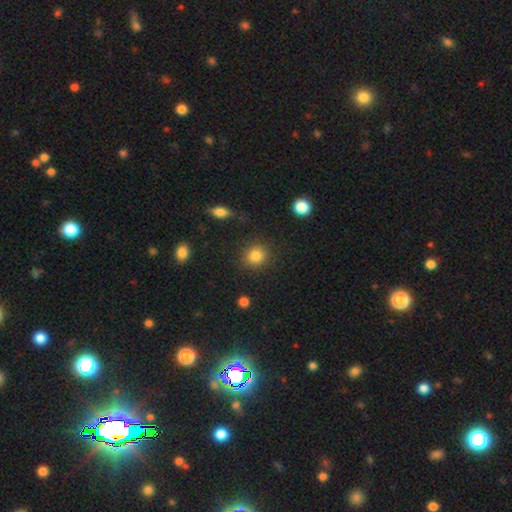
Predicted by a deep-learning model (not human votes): smooth_or_featured: smooth (p=0.85) [alt: star or artifact p=0.10]
how_rounded: round (p=0.83) [alt: in between p=0.16]
merging: none (p=0.87) [alt: minor disturbance p=0.08]